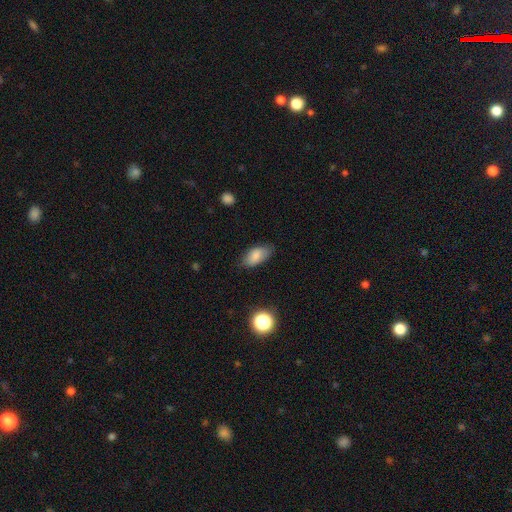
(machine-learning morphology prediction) This appears to be a smooth galaxy with no disk features (83%) that is in between round and cigar-shaped (90%). Merging: none (76%).